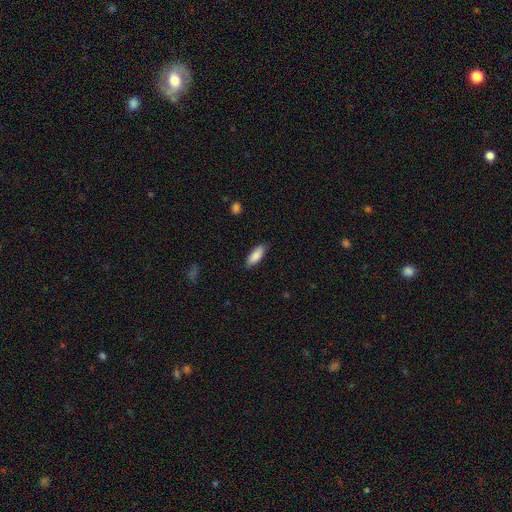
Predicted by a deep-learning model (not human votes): Overall: smooth (88%). How rounded: in between (70%). Merging: none (86%).